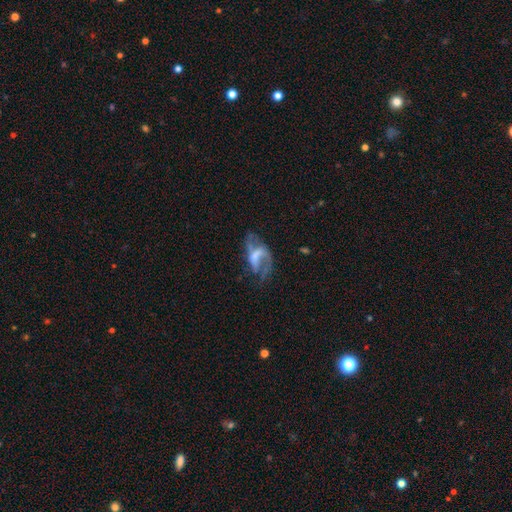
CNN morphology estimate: Smooth or featured? featured or disk (74%)
Edge-on disk? no (96%)
Bar? weak (45%)
Spiral arms? yes (80%)
Spiral winding? loose (52%)
Spiral arm count? 2 (55%)
Bulge size? none (33%)
Merging? none (39%)